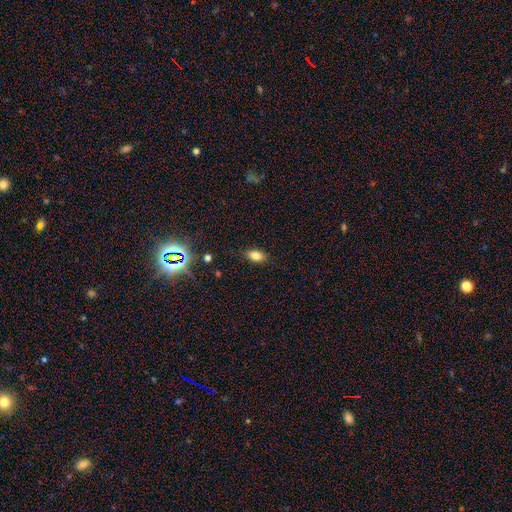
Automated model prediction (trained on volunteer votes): Overall: smooth (80%). How rounded: in between (84%). Merging: none (83%).